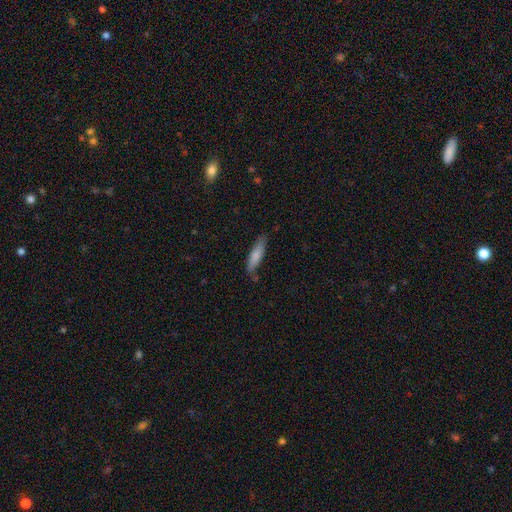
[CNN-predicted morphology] The model was most divided on "how rounded": cigar-shaped: 70%, in between: 29%, round: 1%. More confident: smooth or featured — smooth (79%); merging — none (79%).